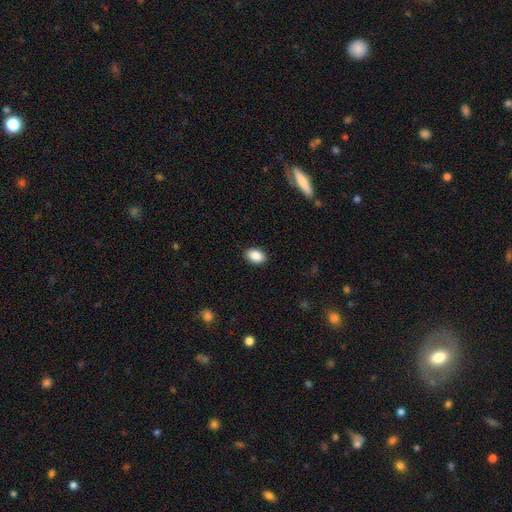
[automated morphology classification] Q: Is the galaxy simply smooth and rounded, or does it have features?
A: smooth — 89%.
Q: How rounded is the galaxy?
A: in between — 88%.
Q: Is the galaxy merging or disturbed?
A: none — 88%.